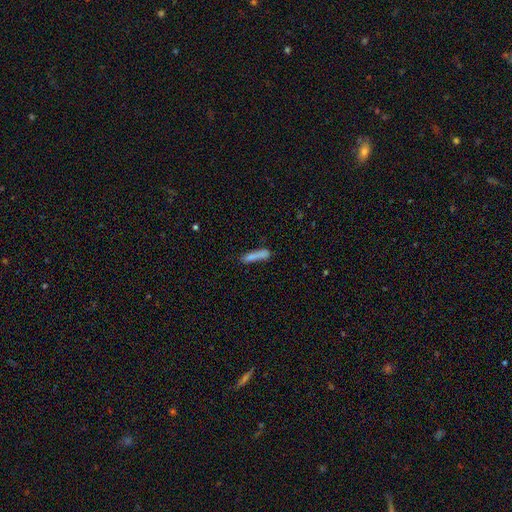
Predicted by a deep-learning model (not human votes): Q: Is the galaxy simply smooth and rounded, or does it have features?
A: smooth — 80%.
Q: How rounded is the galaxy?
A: cigar-shaped — 87%.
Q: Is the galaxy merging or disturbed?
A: none — 67%.